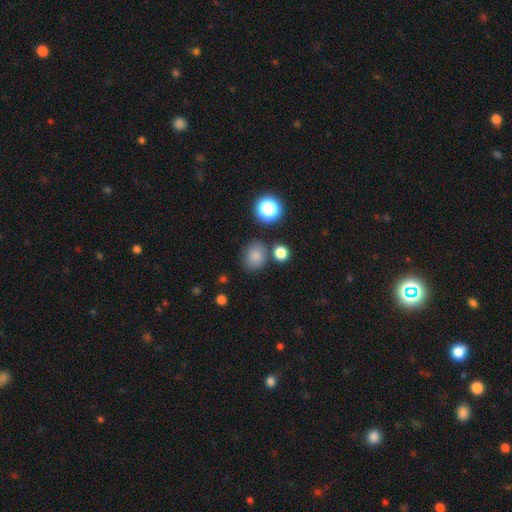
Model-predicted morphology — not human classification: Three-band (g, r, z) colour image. It shows a smooth galaxy with no disk features (80%) that is round (57%). Merging: none (73%).